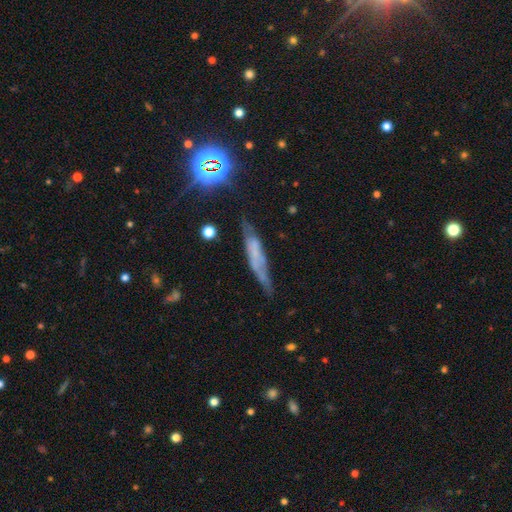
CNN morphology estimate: Smooth or featured? featured or disk (45%)
Merging? none (55%)